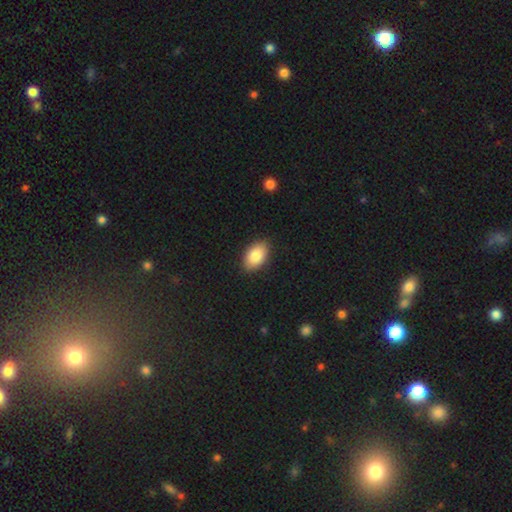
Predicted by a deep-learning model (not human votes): A smooth galaxy with no disk features (86%) that is in between round and cigar-shaped (93%). Merging: none (88%).